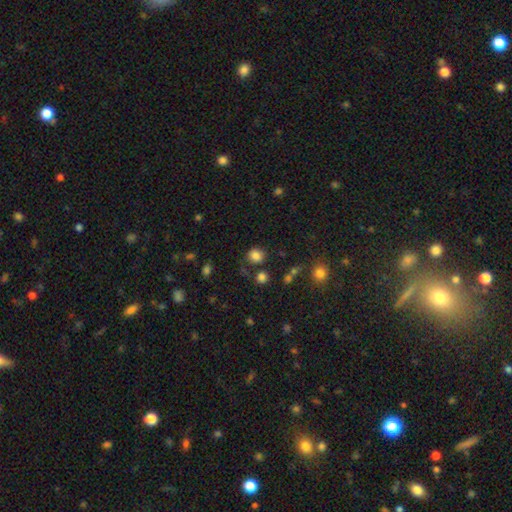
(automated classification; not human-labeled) This appears to be a smooth galaxy with no disk features (82%) that is round (78%). Merging: none (77%).